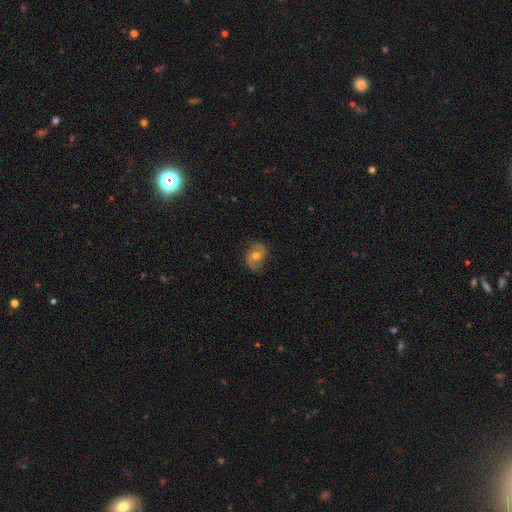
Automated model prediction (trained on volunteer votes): This appears to be a featured or disk galaxy (63%) with no bar (67%), spiral arms (82%) and a moderate central bulge (75%). Merging: none (76%).